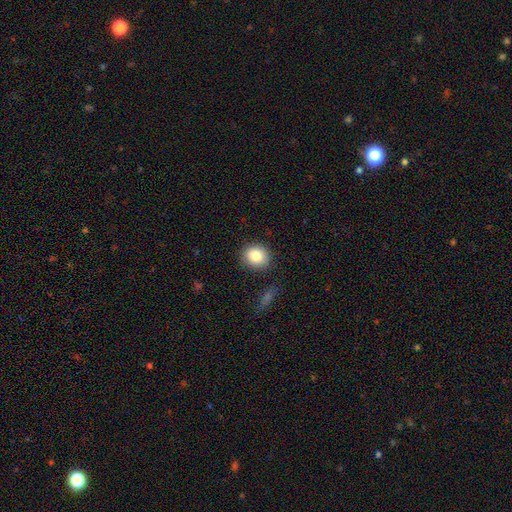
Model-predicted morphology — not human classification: smooth_or_featured: smooth (p=0.84) [alt: star or artifact p=0.09]
how_rounded: round (p=0.74) [alt: in between p=0.25]
merging: none (p=0.86) [alt: minor disturbance p=0.10]